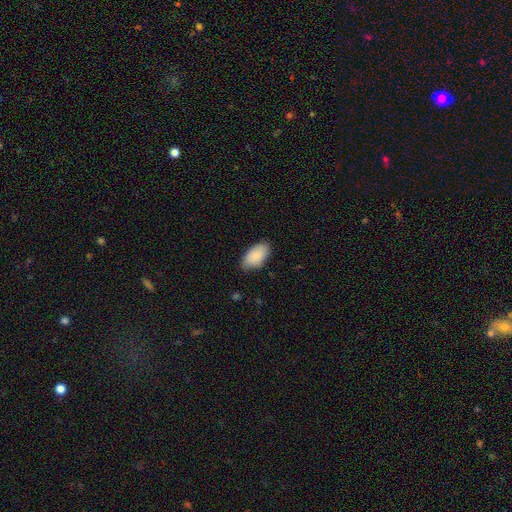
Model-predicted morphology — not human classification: smooth-or-featured: smooth: 87% | featured or disk: 7% | star or artifact: 6%
  how-rounded: in between: 95% | round: 3% | cigar-shaped: 2%
  merging: none: 81% | minor disturbance: 16% | major disturbance: 3% | merger: 1%